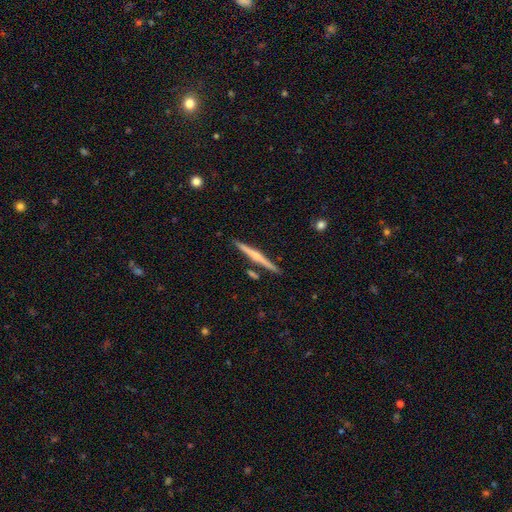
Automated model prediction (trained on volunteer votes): Smooth or featured?
  - featured or disk: 66% *
  - smooth: 28%
  - star or artifact: 6%
Edge-on disk?
  - yes: 98% *
  - no: 2%
Edge-on bulge?
  - rounded: 67% *
  - none: 24%
  - boxy: 8%
Merging?
  - none: 88% *
  - minor disturbance: 7%
  - merger: 3%
  - major disturbance: 2%